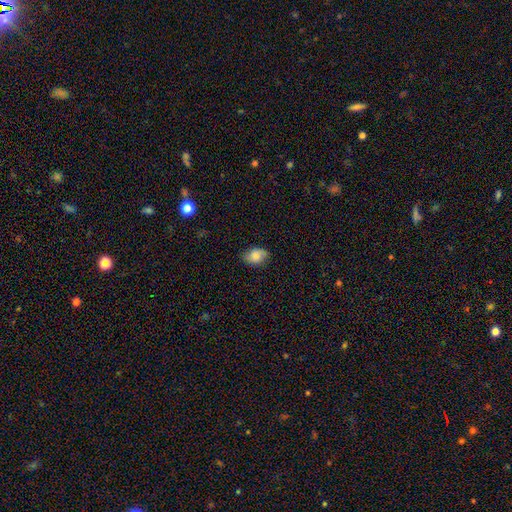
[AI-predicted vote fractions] smooth_or_featured: smooth (p=0.77) [alt: featured or disk p=0.15]
how_rounded: in between (p=0.78) [alt: round p=0.21]
merging: none (p=0.76) [alt: minor disturbance p=0.19]